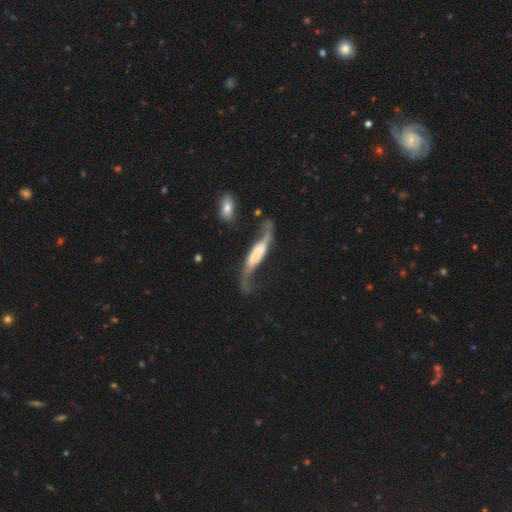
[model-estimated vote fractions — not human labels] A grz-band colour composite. It shows a featured or disk galaxy (77%) with a strong bar (39%), spiral arms (90%) and no central bulge (33%). Merging: none (50%).